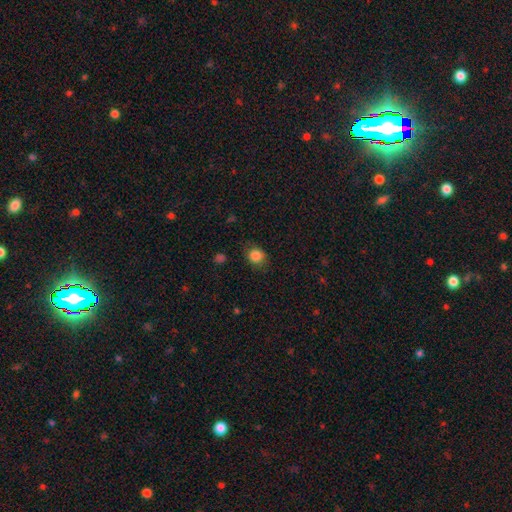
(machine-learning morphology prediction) Smooth or featured?
  - smooth: 85% *
  - star or artifact: 11%
  - featured or disk: 4%
How rounded?
  - round: 79% *
  - in between: 20%
  - cigar-shaped: 1%
Merging?
  - none: 80% *
  - minor disturbance: 15%
  - major disturbance: 4%
  - merger: 1%